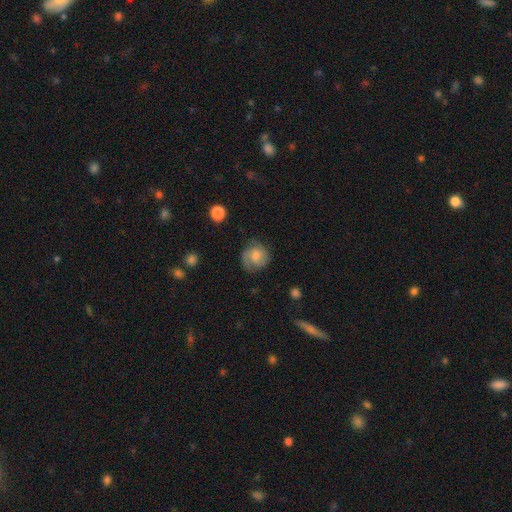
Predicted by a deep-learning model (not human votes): Q: Smooth or featured?
A: smooth (48%); runner-up: featured or disk (44%)
Q: Merging?
A: none (69%); runner-up: minor disturbance (21%)